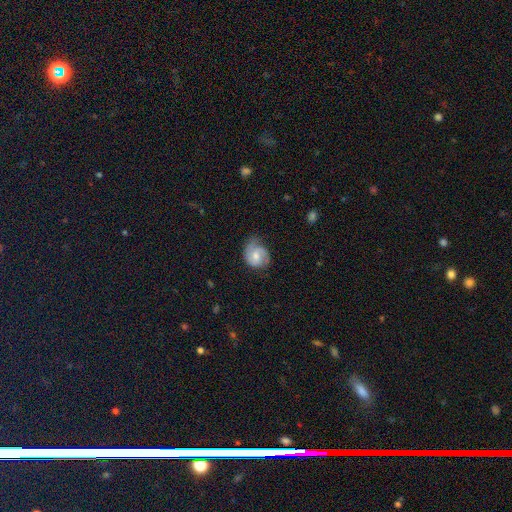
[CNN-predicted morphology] smooth-or-featured: featured or disk: 62% | smooth: 31% | star or artifact: 7%
  disk-edge-on: no: 97% | yes: 3%
    bar: no: 61% | weak: 34% | strong: 5%
    has-spiral-arms: yes: 90% | no: 10%
      spiral-winding: tight: 43% | medium: 40% | loose: 17%
      spiral-arm-count: 2: 58% | 1: 21% | can't tell: 13% | 3: 5% | 4: 1% | more than 4: 1%
    bulge-size: moderate: 57% | small: 34% | large: 4% | none: 3% | dominant: 1%
  merging: none: 55% | minor disturbance: 30% | major disturbance: 14% | merger: 1%